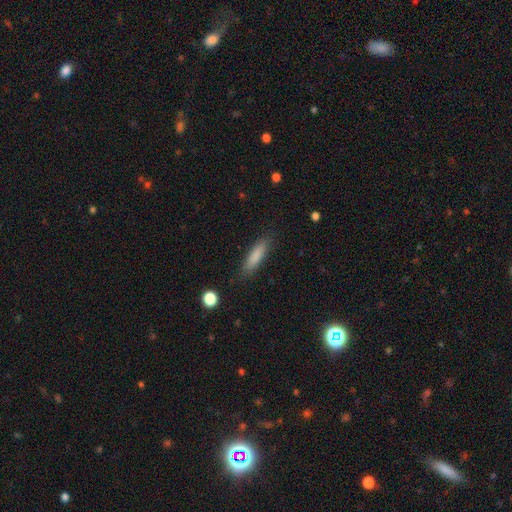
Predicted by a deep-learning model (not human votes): A smooth galaxy with no disk features (83%) that is cigar-shaped (73%).

Vote fractions:
- Smooth or featured? smooth: 83% / featured or disk: 10% / star or artifact: 7%
- How rounded? cigar-shaped: 73% / in between: 25% / round: 2%
- Merging? none: 86% / minor disturbance: 11% / major disturbance: 3% / merger: 1%